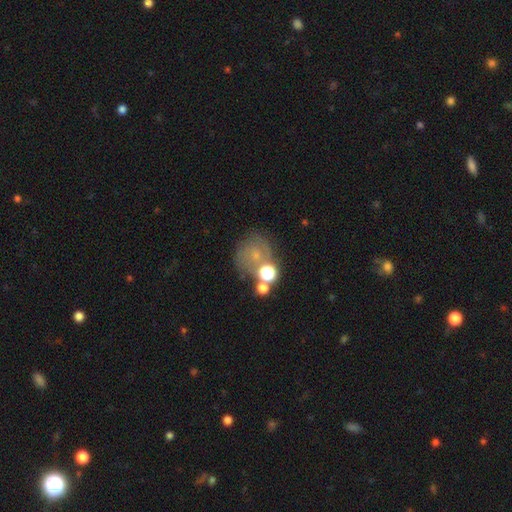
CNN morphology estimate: Overall: smooth (47%; featured or disk 31%). Merging: none (47%; merger 20%).